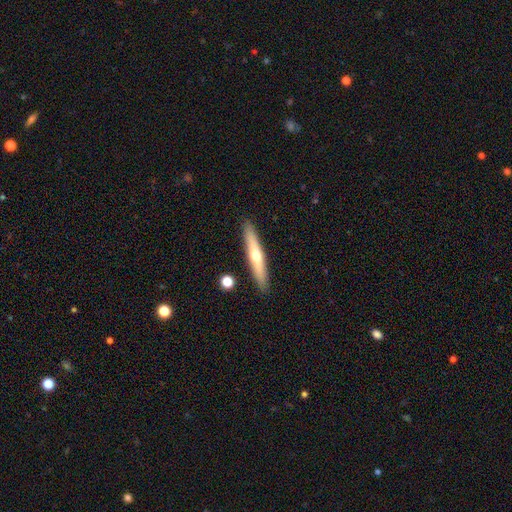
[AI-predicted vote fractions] smooth-or-featured: featured or disk: 49% | smooth: 45% | star or artifact: 6%
  merging: none: 90% | minor disturbance: 7% | merger: 2% | major disturbance: 1%